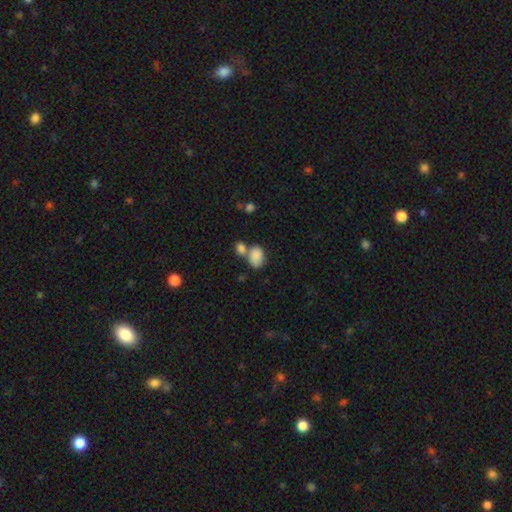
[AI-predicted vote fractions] A smooth galaxy with no disk features (85%) that is in between round and cigar-shaped (85%). Merging: merger (48%).